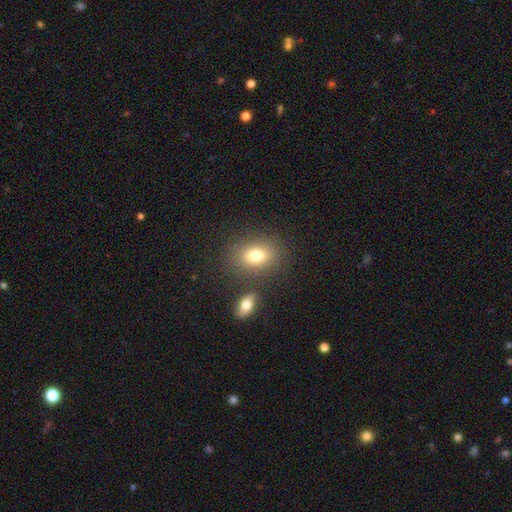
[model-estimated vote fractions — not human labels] A smooth galaxy with no disk features (78%) that is in between round and cigar-shaped (75%). Merging: none (76%).